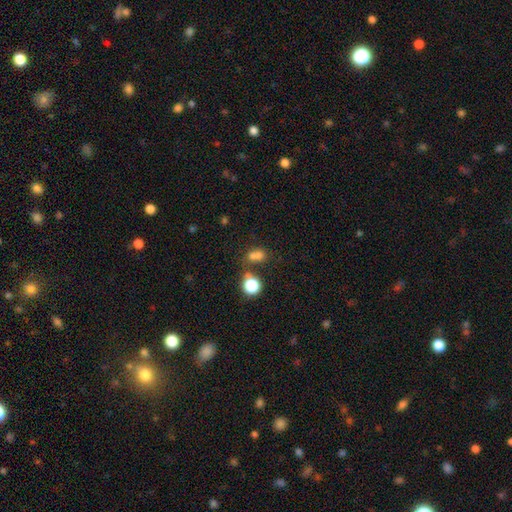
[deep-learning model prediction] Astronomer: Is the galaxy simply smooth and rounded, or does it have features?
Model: smooth — 70%.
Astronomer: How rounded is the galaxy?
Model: in between — 51% (runner-up: round, 46%).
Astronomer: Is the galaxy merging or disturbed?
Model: none — 41% (runner-up: merger, 40%).